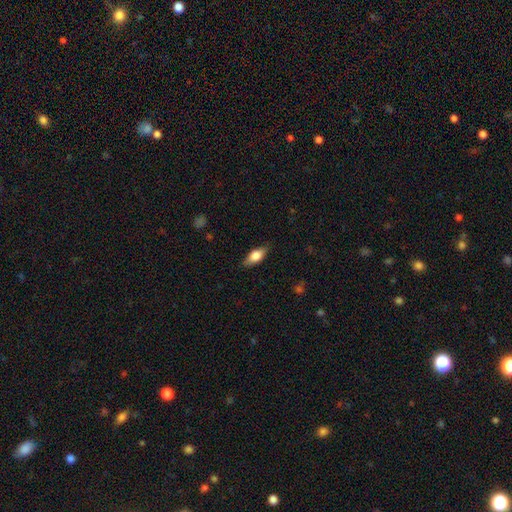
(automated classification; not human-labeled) A smooth galaxy with no disk features (67%) that is in between round and cigar-shaped (76%).

Vote fractions:
- Smooth or featured? smooth: 67% / featured or disk: 27% / star or artifact: 7%
- How rounded? in between: 76% / cigar-shaped: 20% / round: 4%
- Merging? none: 84% / minor disturbance: 12% / major disturbance: 3% / merger: 1%